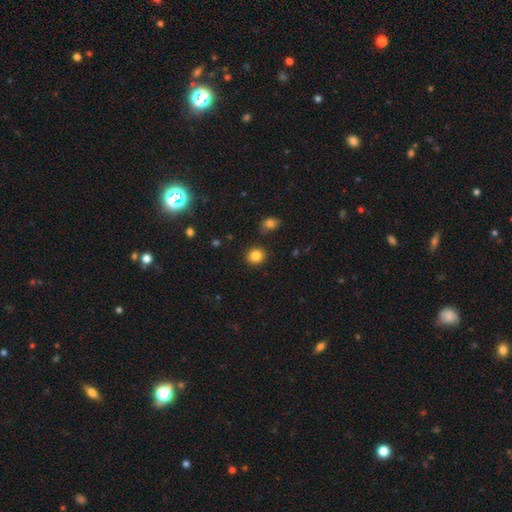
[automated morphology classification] Smooth or featured? smooth (84%)
How rounded? round (84%)
Merging? none (87%)